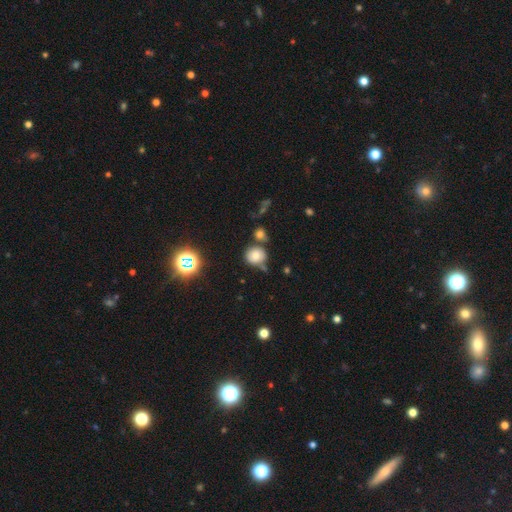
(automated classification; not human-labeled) Morphology: type=smooth (73%); roundness=round (85%); merging=none (64%).